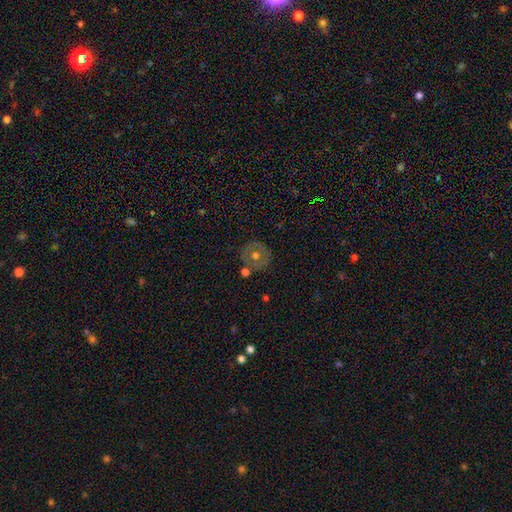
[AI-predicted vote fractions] This appears to be a smooth galaxy with no disk features (47%). Merging: none (80%).